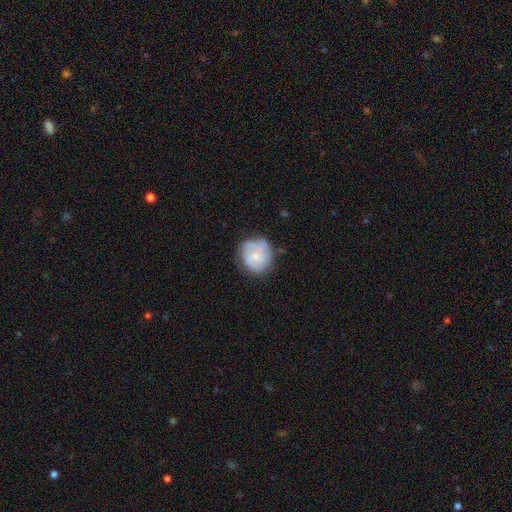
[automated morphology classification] smooth_or_featured: featured or disk (p=0.49) [alt: smooth p=0.44]
merging: none (p=0.63) [alt: minor disturbance p=0.23]